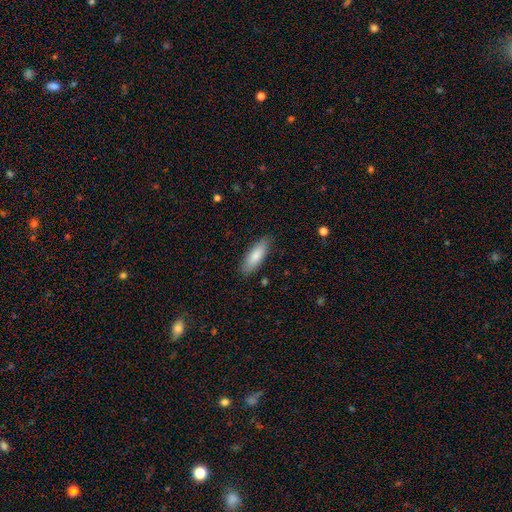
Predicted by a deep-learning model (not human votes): Overall: smooth (82%). How rounded: in between (63%; cigar-shaped 35%). Merging: none (85%).